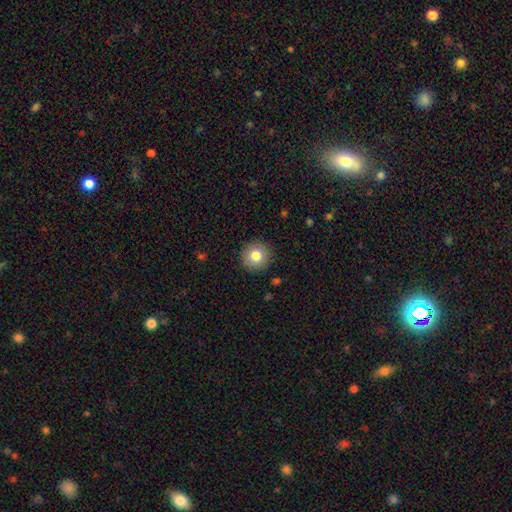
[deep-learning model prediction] Smooth or featured?
  - smooth: 80% *
  - featured or disk: 10%
  - star or artifact: 9%
How rounded?
  - round: 94% *
  - in between: 5%
  - cigar-shaped: 1%
Merging?
  - none: 91% *
  - minor disturbance: 6%
  - major disturbance: 2%
  - merger: 1%